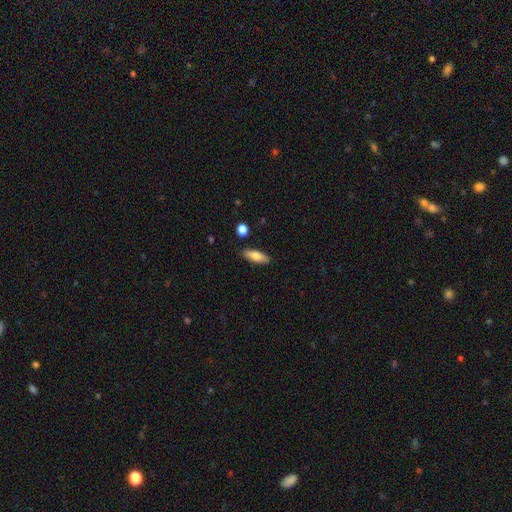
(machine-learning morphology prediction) type=smooth (76%); roundness=in between (60%); merging=none (86%).